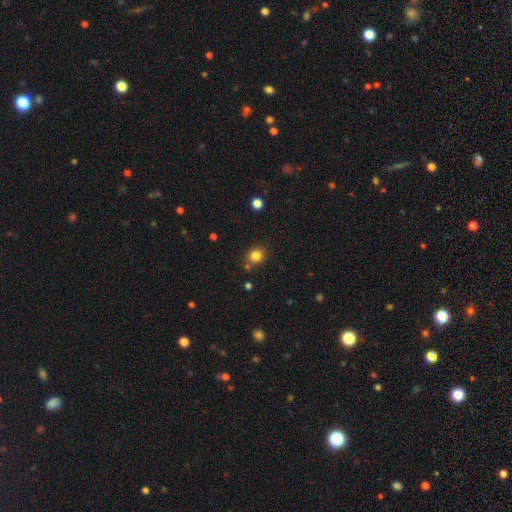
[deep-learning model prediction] The model was most divided on "how rounded": round: 84%, in between: 15%, cigar-shaped: 1%. More confident: smooth or featured — smooth (82%); merging — none (80%).